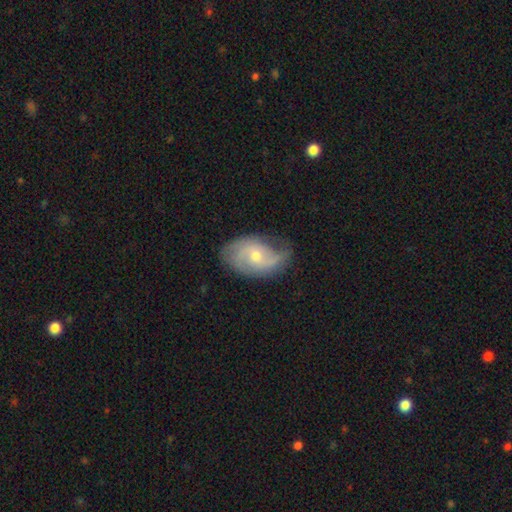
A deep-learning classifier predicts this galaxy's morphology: smooth-or-featured: featured or disk: 73% | smooth: 20% | star or artifact: 6%
  disk-edge-on: no: 96% | yes: 4%
    bar: no: 64% | weak: 31% | strong: 5%
    has-spiral-arms: yes: 91% | no: 9%
      spiral-winding: medium: 43% | loose: 29% | tight: 28%
      spiral-arm-count: 2: 62% | can't tell: 17% | 3: 10% | 1: 6% | 4: 3% | more than 4: 2%
    bulge-size: moderate: 50% | small: 46% | large: 2% | none: 1% | dominant: 1%
  merging: none: 64% | minor disturbance: 26% | major disturbance: 9% | merger: 1%